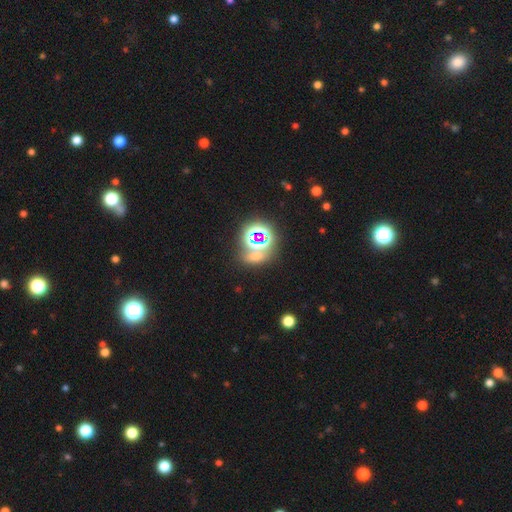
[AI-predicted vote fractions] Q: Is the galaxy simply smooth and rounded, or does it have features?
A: star or artifact — 57%.